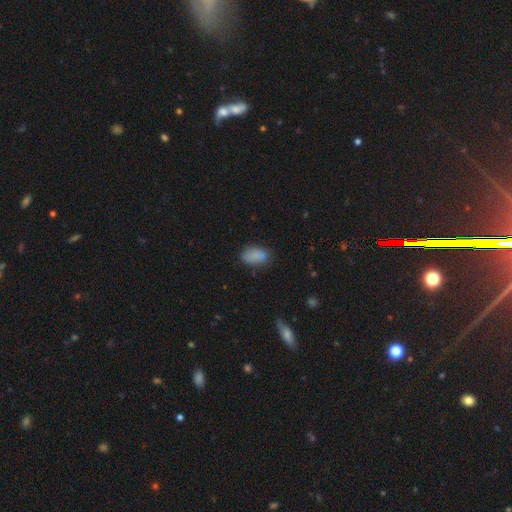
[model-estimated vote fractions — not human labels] Q: Smooth or featured?
A: smooth (86%); runner-up: star or artifact (9%)
Q: How rounded?
A: in between (91%); runner-up: round (7%)
Q: Merging?
A: none (72%); runner-up: minor disturbance (21%)